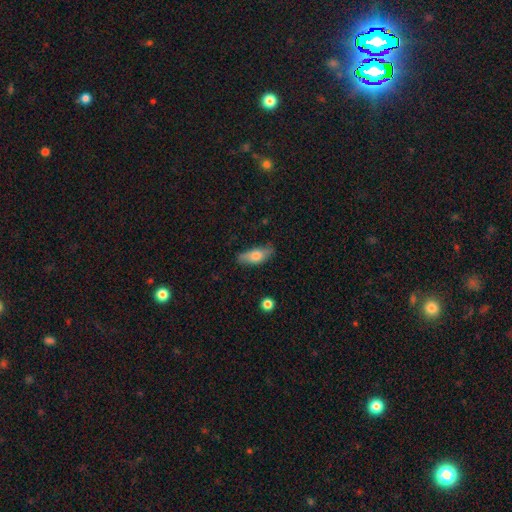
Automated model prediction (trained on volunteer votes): Overall: smooth (68%). How rounded: in between (72%). Merging: none (75%).